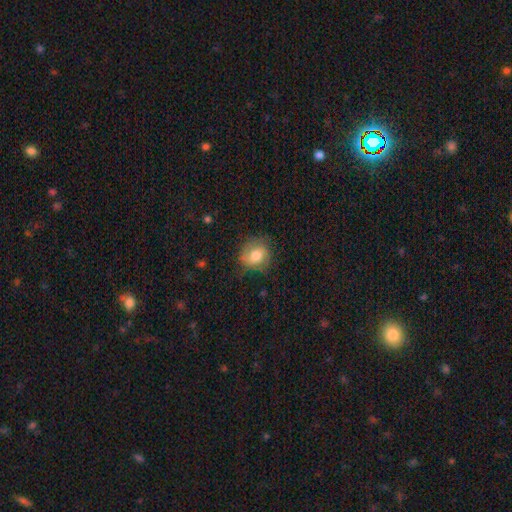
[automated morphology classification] Smooth or featured? Predicted: smooth (p=0.71). How rounded? Predicted: round (p=0.65). Merging? Predicted: none (p=0.65).